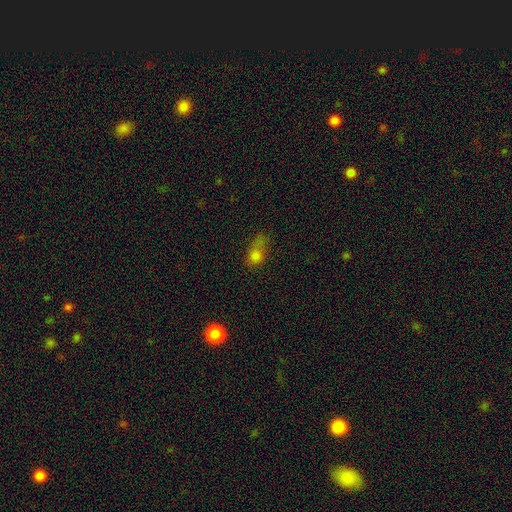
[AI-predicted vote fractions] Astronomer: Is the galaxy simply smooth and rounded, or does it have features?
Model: smooth — 73%.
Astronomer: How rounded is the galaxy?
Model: in between — 61%.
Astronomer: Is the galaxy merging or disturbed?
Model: none — 34% (runner-up: minor disturbance, 29%).